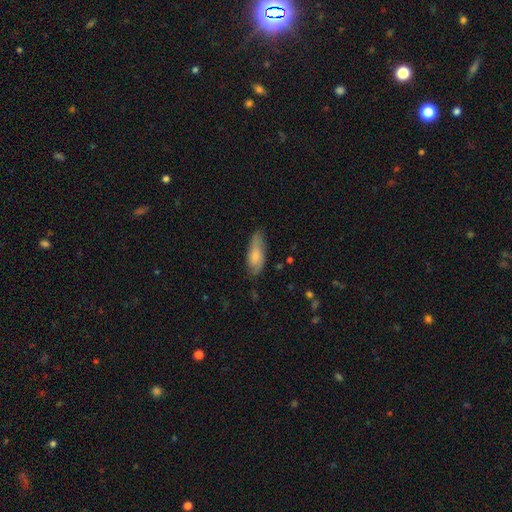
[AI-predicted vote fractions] Smooth or featured?
  - smooth: 72% *
  - featured or disk: 22%
  - star or artifact: 6%
How rounded?
  - in between: 77% *
  - cigar-shaped: 20%
  - round: 2%
Merging?
  - none: 65% *
  - minor disturbance: 28%
  - major disturbance: 6%
  - merger: 1%